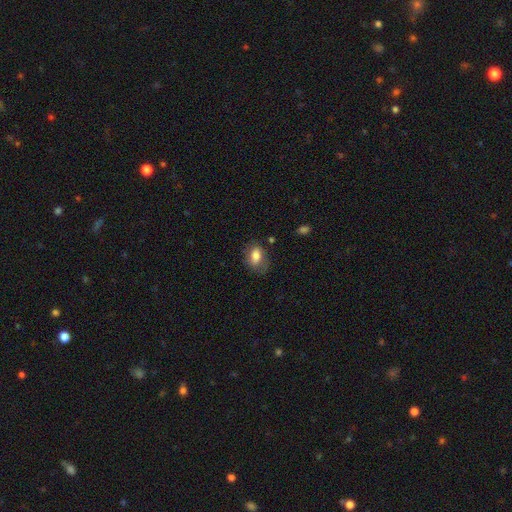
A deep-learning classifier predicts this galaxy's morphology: Overall: smooth (74%). How rounded: in between (81%). Merging: none (65%).